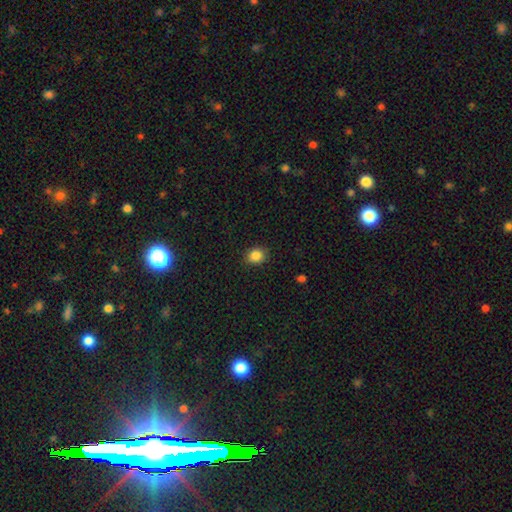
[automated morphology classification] This is clearly a smooth galaxy (85%). How rounded: likely round (68%). Merging: clearly none (88%).